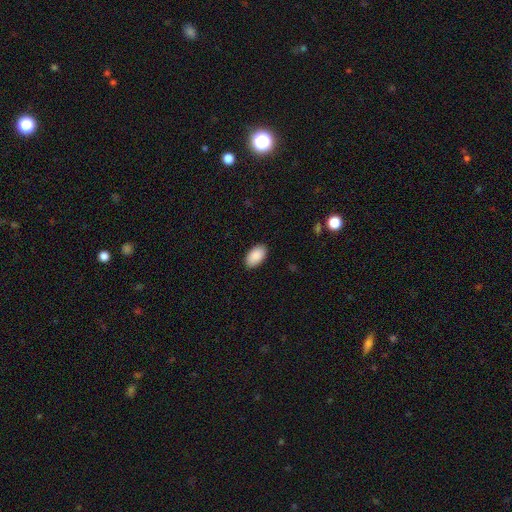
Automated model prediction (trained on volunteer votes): This appears to be a smooth galaxy with no disk features (90%) that is in between round and cigar-shaped (95%). Merging: none (88%).